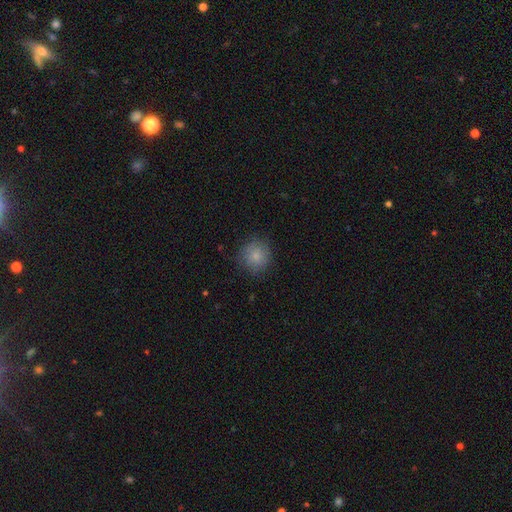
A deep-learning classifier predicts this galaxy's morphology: type=smooth (83%); roundness=round (89%); merging=none (81%).